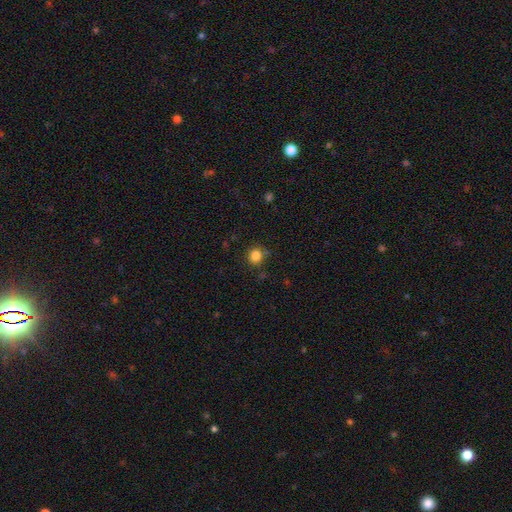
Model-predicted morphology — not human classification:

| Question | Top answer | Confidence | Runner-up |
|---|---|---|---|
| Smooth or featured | smooth | 83% | star or artifact (12%) |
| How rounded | round | 91% | in between (8%) |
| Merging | none | 85% | minor disturbance (9%) |